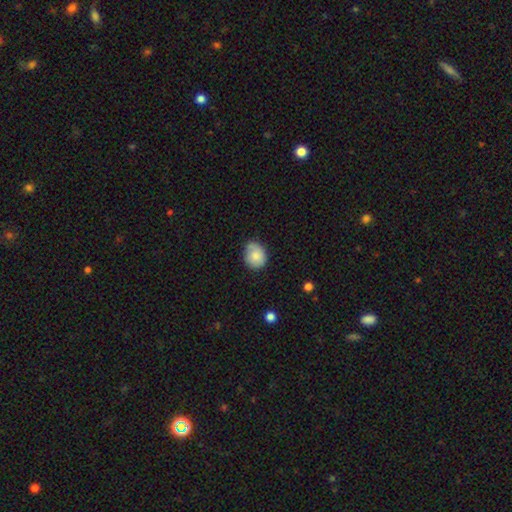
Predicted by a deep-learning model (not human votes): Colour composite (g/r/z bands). It shows a smooth galaxy with no disk features (78%) that is round (59%). Merging: none (57%).